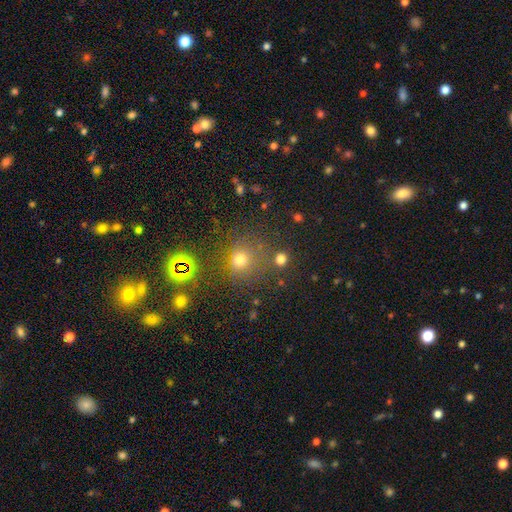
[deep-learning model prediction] This is possibly a smooth galaxy (49%). Merging: likely none (80%).